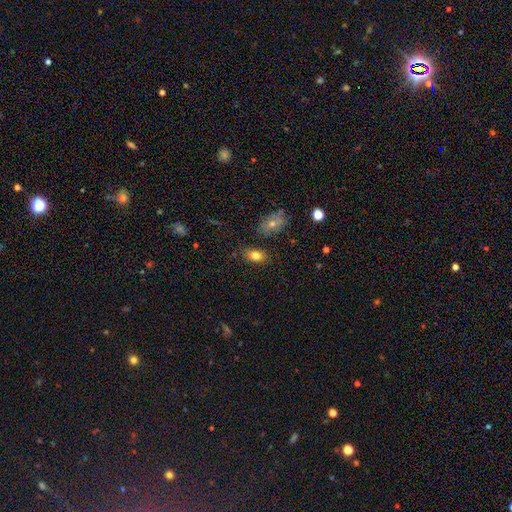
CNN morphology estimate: smooth_or_featured: smooth (p=0.80) [alt: star or artifact p=0.10]
how_rounded: in between (p=0.83) [alt: round p=0.14]
merging: none (p=0.80) [alt: minor disturbance p=0.13]